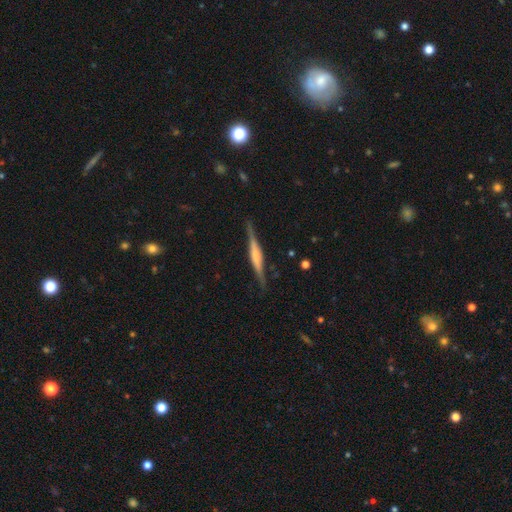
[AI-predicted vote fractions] A featured or disk galaxy (71%) viewed edge-on (98%) with a boxy central bulge (43%). Merging: none (87%).